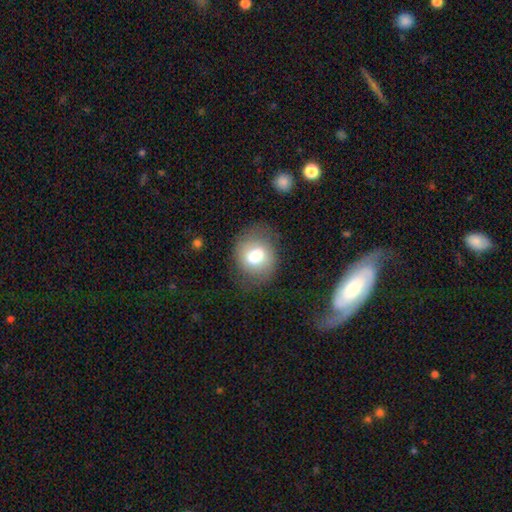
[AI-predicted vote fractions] Smooth or featured? smooth (69%)
How rounded? round (58%)
Merging? none (69%)